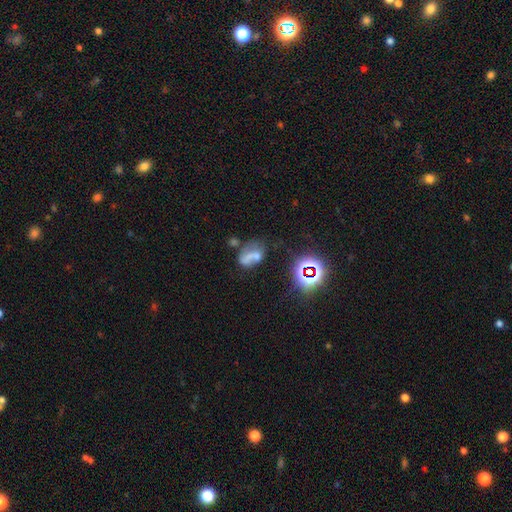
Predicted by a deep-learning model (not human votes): smooth_or_featured: smooth (p=0.45) [alt: featured or disk p=0.34]
merging: none (p=0.28) [alt: major disturbance p=0.27]